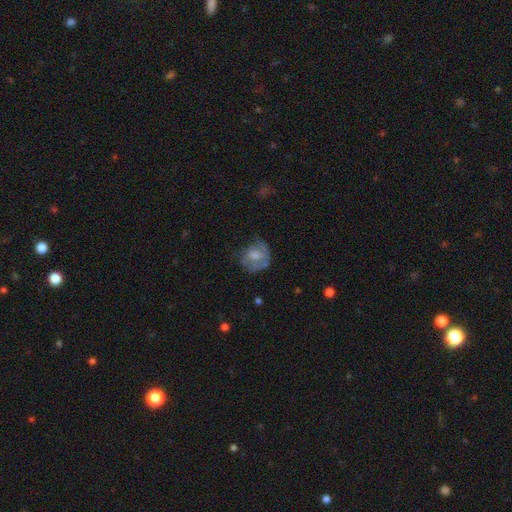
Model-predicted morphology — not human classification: This appears to be a smooth galaxy with no disk features (53%) that is round (68%). Merging: none (45%).